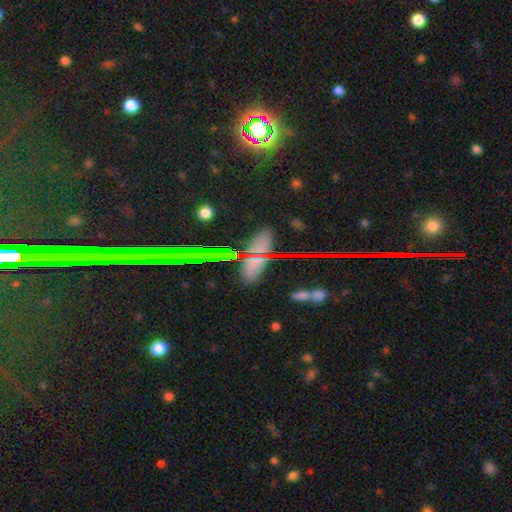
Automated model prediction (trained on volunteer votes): The model was most divided on "smooth or featured": star or artifact: 55%, featured or disk: 24%, smooth: 20%.